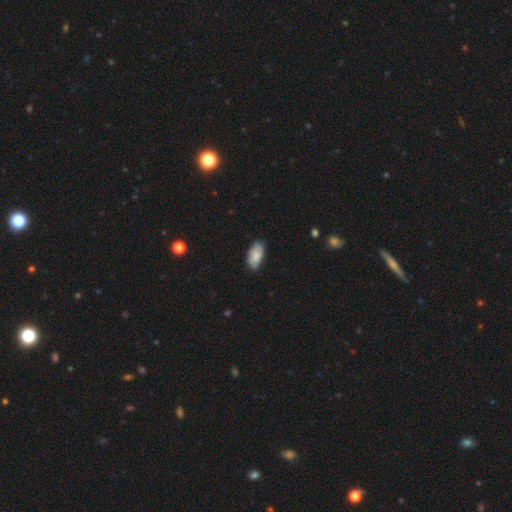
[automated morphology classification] This appears to be a smooth galaxy with no disk features (80%) that is in between round and cigar-shaped (94%). Merging: none (71%).